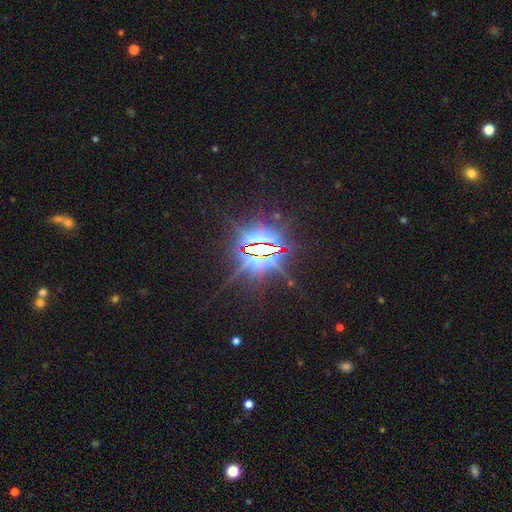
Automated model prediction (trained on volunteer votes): smooth-or-featured: star or artifact: 85% | featured or disk: 9% | smooth: 6%